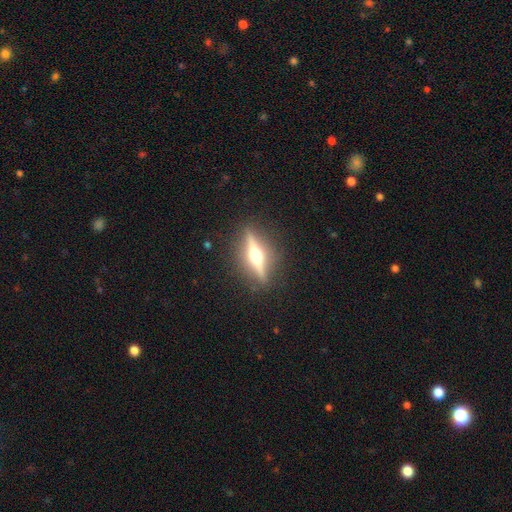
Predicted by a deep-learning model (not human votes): Smooth or featured? Predicted: featured or disk (p=0.79). Edge-on disk? Predicted: yes (p=0.96). Edge-on bulge? Predicted: rounded (p=0.95). Merging? Predicted: none (p=0.89).